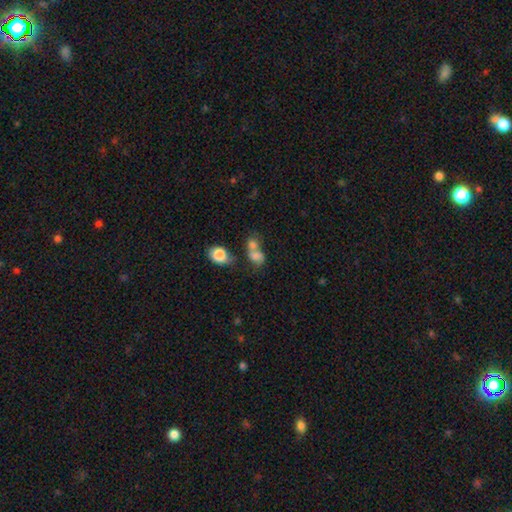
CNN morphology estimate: Smooth or featured? Predicted: smooth (p=0.72). How rounded? Predicted: in between (p=0.56). Merging? Predicted: merger (p=0.56).